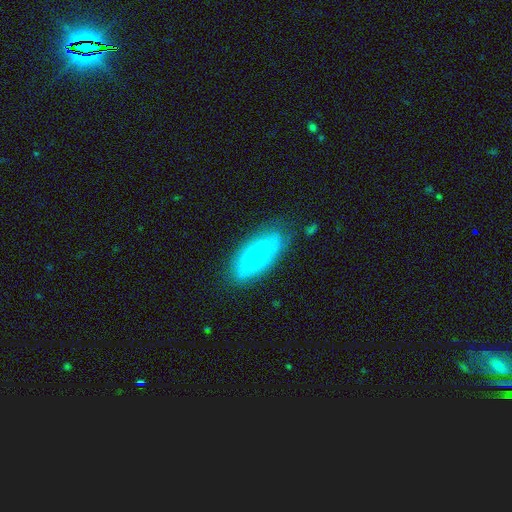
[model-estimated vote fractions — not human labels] A smooth galaxy with no disk features (59%) that is in between round and cigar-shaped (84%). Merging: none (76%).